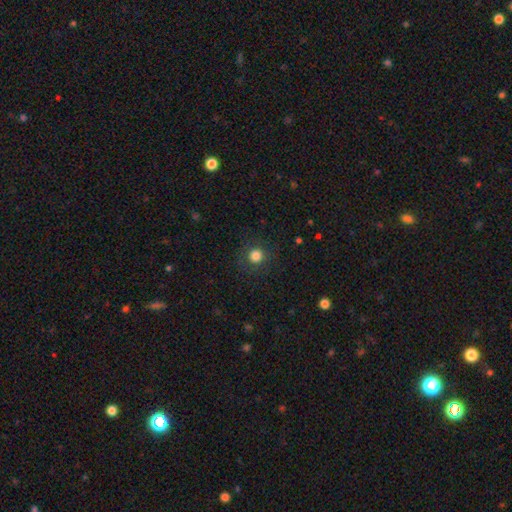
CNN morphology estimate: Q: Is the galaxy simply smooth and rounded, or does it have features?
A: smooth — 82%.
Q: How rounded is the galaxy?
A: round — 92%.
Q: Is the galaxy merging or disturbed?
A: none — 86%.